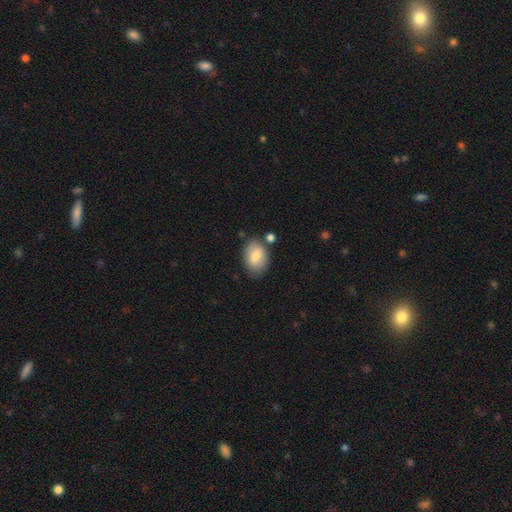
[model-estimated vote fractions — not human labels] This is likely a smooth galaxy (72%). How rounded: clearly in between (83%). Merging: likely none (72%).